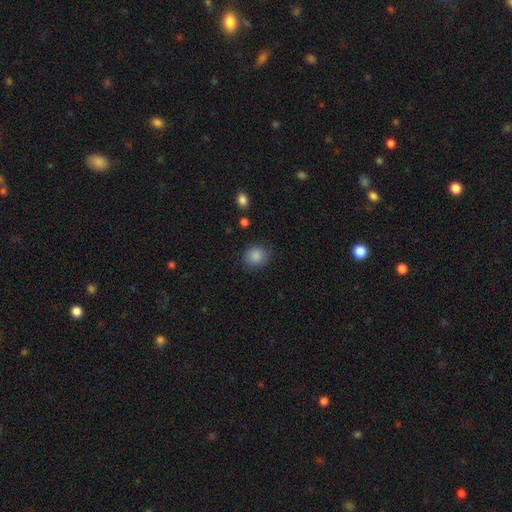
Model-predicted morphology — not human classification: A smooth galaxy with no disk features (86%) that is round (76%). Merging: none (85%).